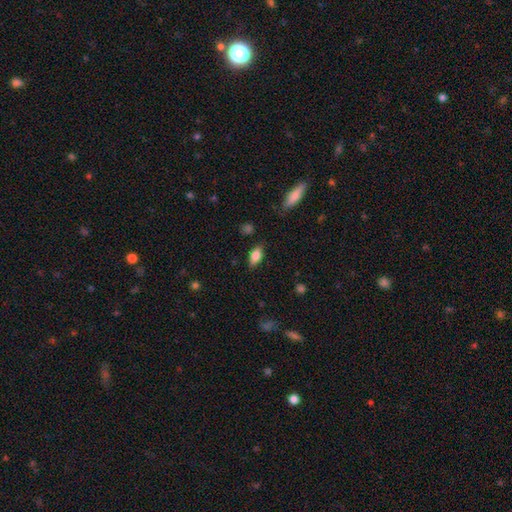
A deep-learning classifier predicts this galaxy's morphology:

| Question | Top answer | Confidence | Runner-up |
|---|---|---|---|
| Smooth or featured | smooth | 78% | featured or disk (14%) |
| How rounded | in between | 85% | cigar-shaped (11%) |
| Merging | none | 81% | minor disturbance (14%) |